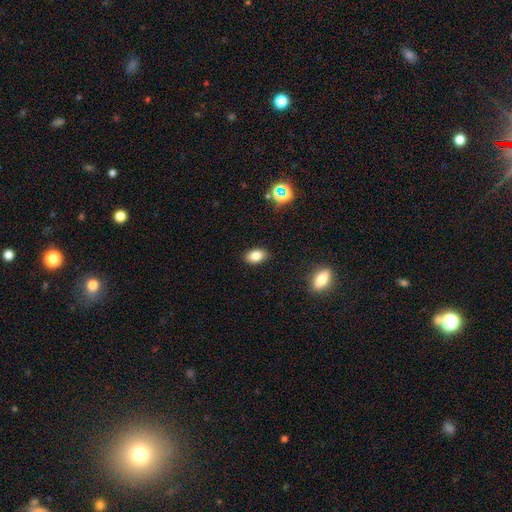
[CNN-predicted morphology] smooth 83%, star or artifact 11%, featured or disk 7%. Down the decision tree: how rounded — in between (85%); merging — none (88%).